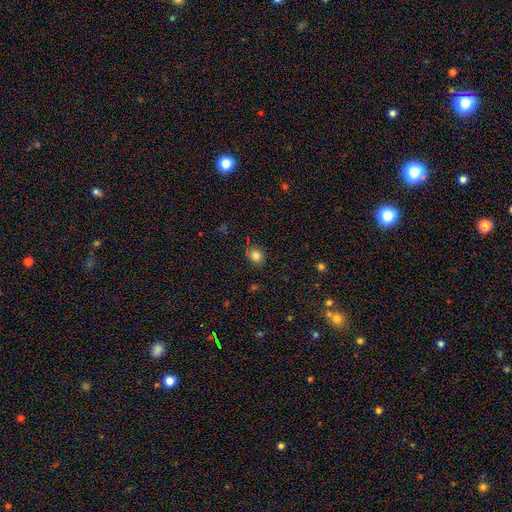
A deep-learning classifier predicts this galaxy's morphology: A smooth galaxy with no disk features (82%) that is round (65%). Merging: none (84%).